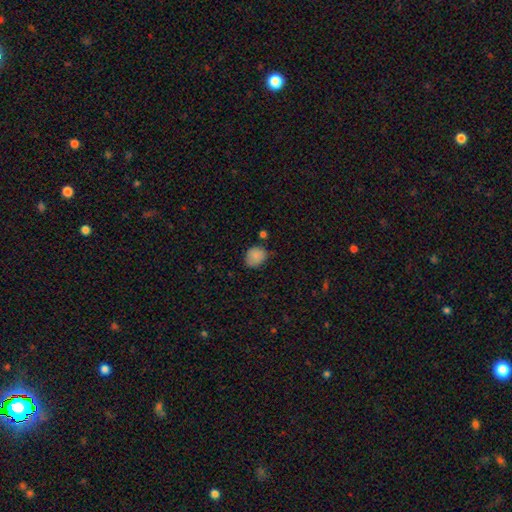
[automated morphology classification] smooth 85%, star or artifact 9%, featured or disk 5%. Down the decision tree: how rounded — round (55%); merging — none (63%).